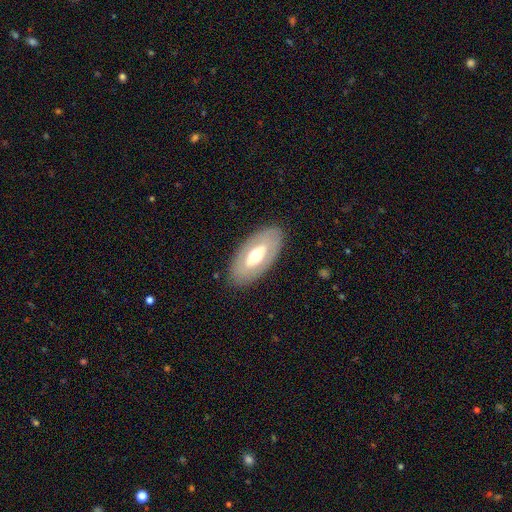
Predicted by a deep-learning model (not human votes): A featured or disk galaxy (51%). Merging: none (84%).